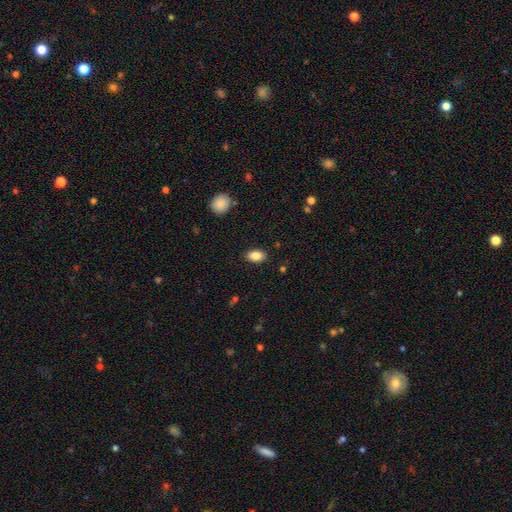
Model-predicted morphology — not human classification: Smooth or featured: smooth — 86% (star or artifact — 8%)
How rounded: in between — 90% (round — 8%)
Merging: none — 87% (minor disturbance — 9%)